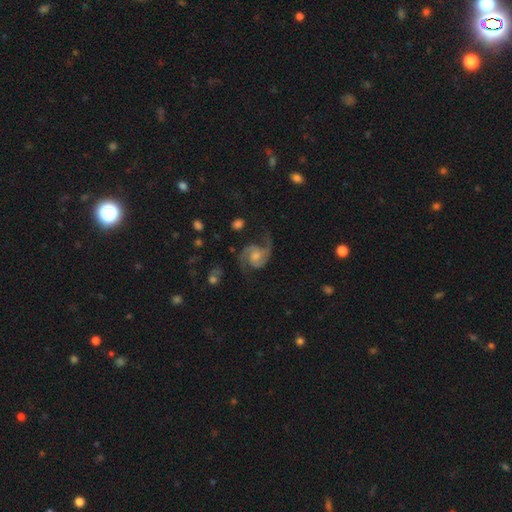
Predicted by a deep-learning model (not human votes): featured or disk 89%, smooth 6%, star or artifact 5%. Down the decision tree: edge-on disk — no (98%); bar — no (59%); spiral arms — yes (98%); spiral arm count — 2 (91%); spiral winding — medium (54%); bulge size — moderate (51%); merging — none (70%).